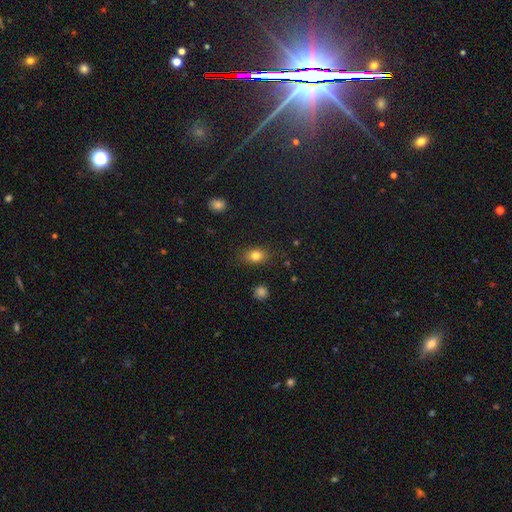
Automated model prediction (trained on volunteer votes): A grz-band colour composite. It shows a smooth galaxy with no disk features (80%) that is in between round and cigar-shaped (71%). Merging: none (83%).